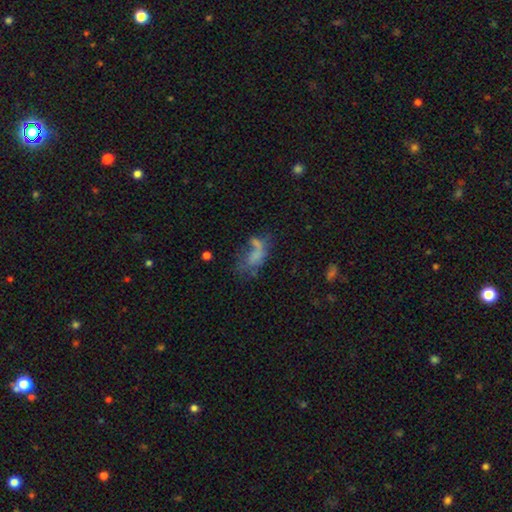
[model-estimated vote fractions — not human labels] Smooth or featured? Predicted: smooth (p=0.51). How rounded? Predicted: in between (p=0.85). Merging? Predicted: major disturbance (p=0.38).